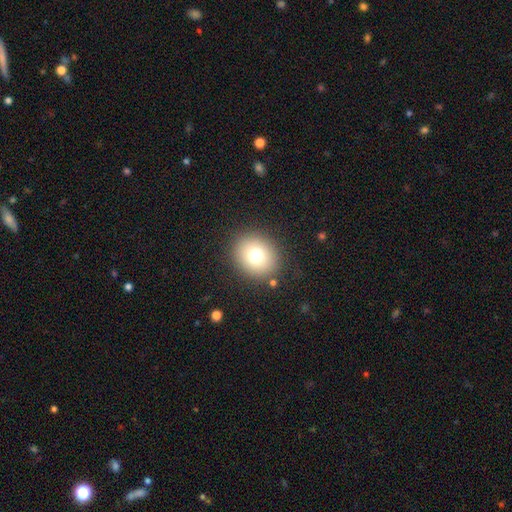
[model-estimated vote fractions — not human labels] This is likely a smooth galaxy (73%). How rounded: likely round (75%). Merging: clearly none (87%).